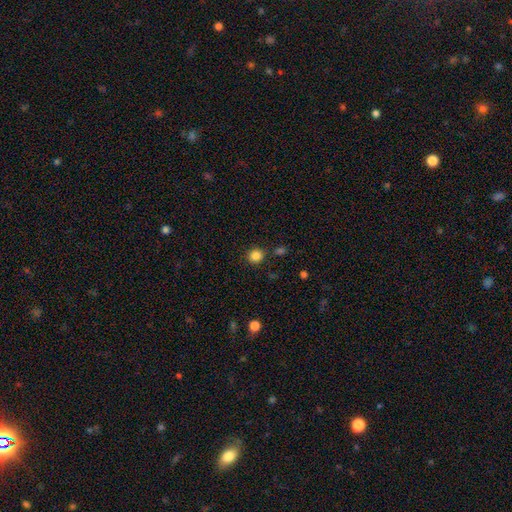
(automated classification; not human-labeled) Q: Smooth or featured?
A: smooth (85%); runner-up: star or artifact (12%)
Q: How rounded?
A: round (89%); runner-up: in between (10%)
Q: Merging?
A: none (86%); runner-up: minor disturbance (7%)